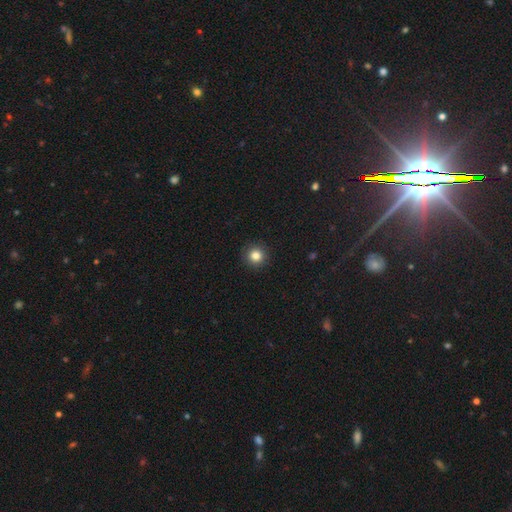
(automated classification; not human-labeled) Q: Smooth or featured?
A: smooth (83%); runner-up: star or artifact (11%)
Q: How rounded?
A: round (95%); runner-up: in between (4%)
Q: Merging?
A: none (92%); runner-up: minor disturbance (5%)